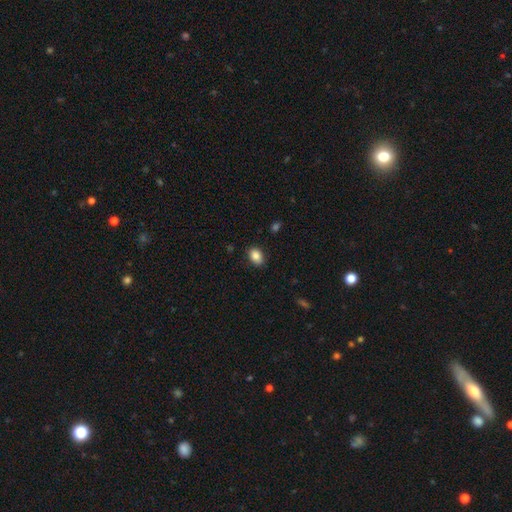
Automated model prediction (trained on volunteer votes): smooth 86%, star or artifact 8%, featured or disk 6%. Down the decision tree: how rounded — in between (79%); merging — none (87%).